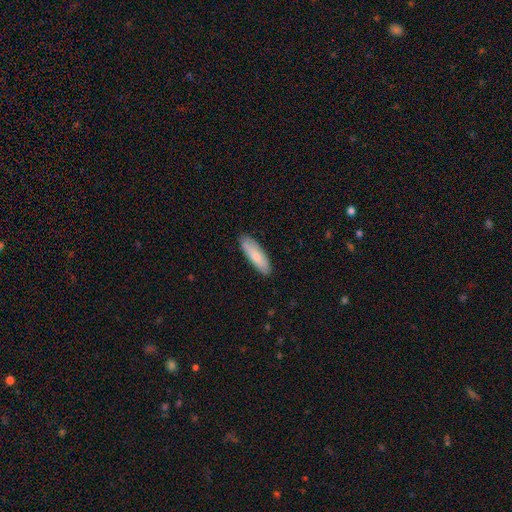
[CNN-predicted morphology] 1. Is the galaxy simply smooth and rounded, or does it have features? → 79% smooth, 16% featured or disk, 5% star or artifact.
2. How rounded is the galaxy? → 54% cigar-shaped, 45% in between, 2% round.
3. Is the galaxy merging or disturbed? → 86% none, 11% minor disturbance, 2% major disturbance, 1% merger.